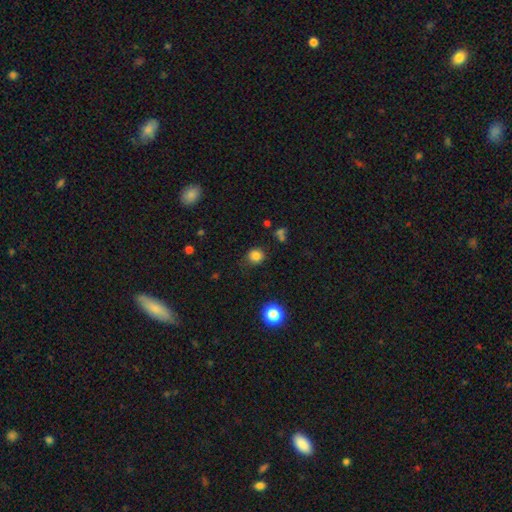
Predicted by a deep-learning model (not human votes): This is clearly a smooth galaxy (82%). How rounded: clearly round (86%). Merging: likely none (80%).